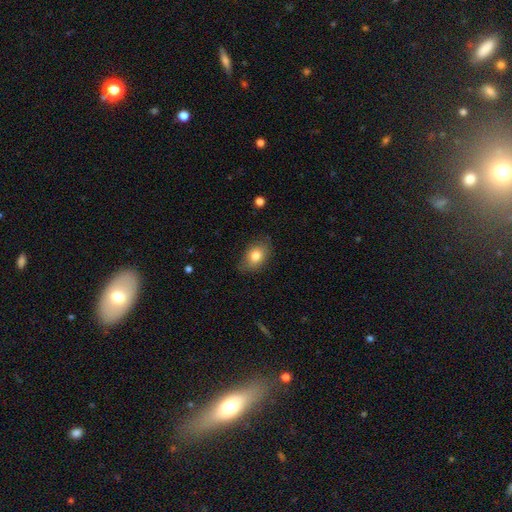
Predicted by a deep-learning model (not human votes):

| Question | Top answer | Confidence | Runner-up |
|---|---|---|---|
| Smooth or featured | smooth | 80% | featured or disk (12%) |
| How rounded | in between | 80% | round (19%) |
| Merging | none | 74% | minor disturbance (20%) |